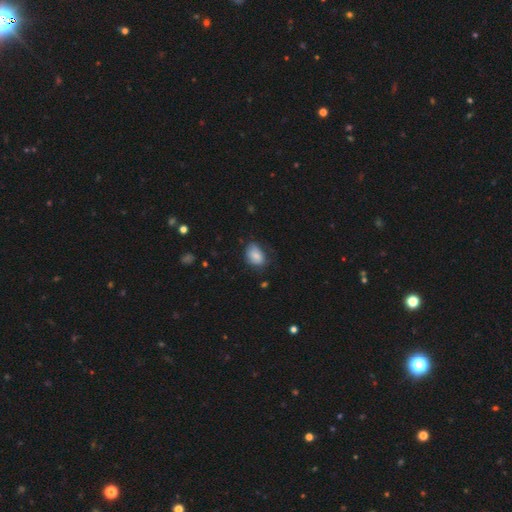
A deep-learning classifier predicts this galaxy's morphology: smooth 80%, featured or disk 13%, star or artifact 8%. Down the decision tree: how rounded — in between (79%); merging — none (58%).